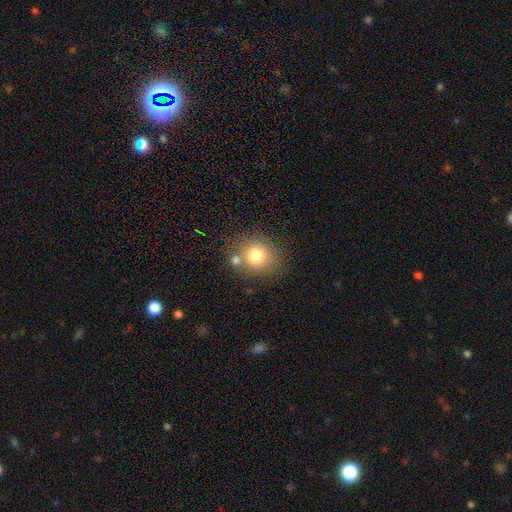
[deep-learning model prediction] A smooth galaxy with no disk features (78%) that is round (78%). Merging: none (69%).